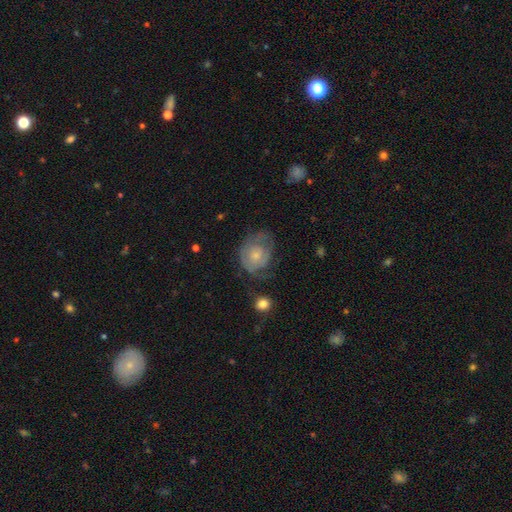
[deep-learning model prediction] Smooth or featured?
  - featured or disk: 47% *
  - smooth: 46%
  - star or artifact: 8%
Merging?
  - none: 44% *
  - minor disturbance: 31%
  - major disturbance: 23%
  - merger: 2%